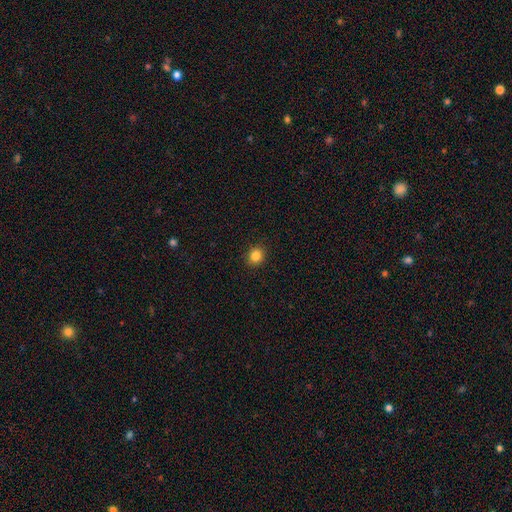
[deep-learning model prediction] Overall: smooth (84%). How rounded: round (78%). Merging: none (91%).